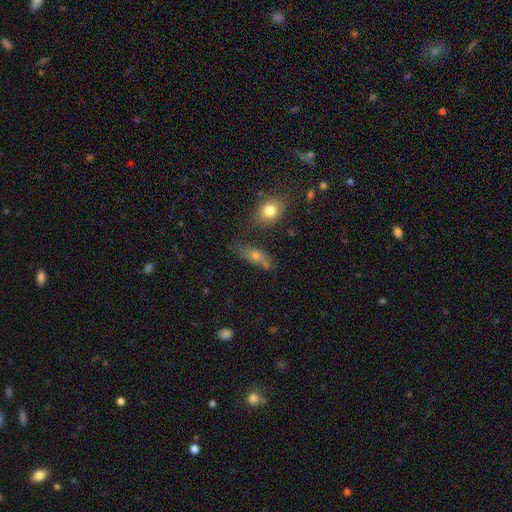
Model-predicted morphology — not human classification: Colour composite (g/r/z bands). It shows a smooth galaxy with no disk features (52%) that is in between round and cigar-shaped (51%). Merging: none (60%).